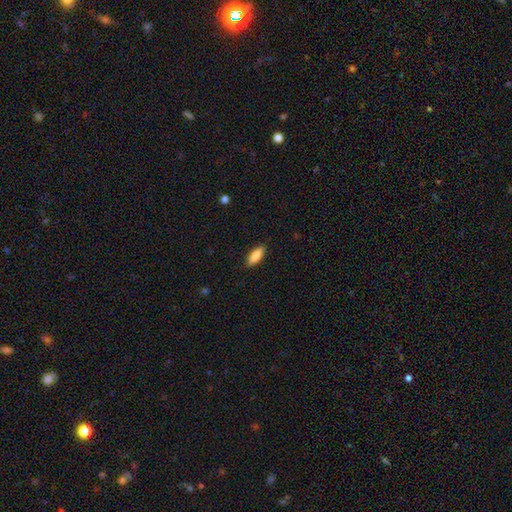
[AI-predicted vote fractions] Morphology: type=smooth (85%); roundness=in between (67%); merging=none (88%).